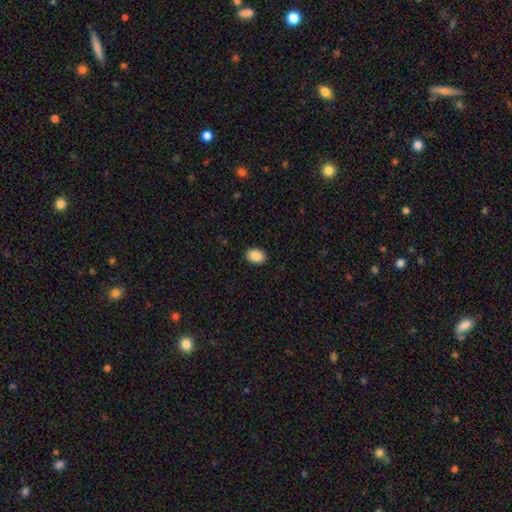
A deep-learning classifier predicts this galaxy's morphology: Overall: smooth (90%). How rounded: in between (81%). Merging: none (90%).